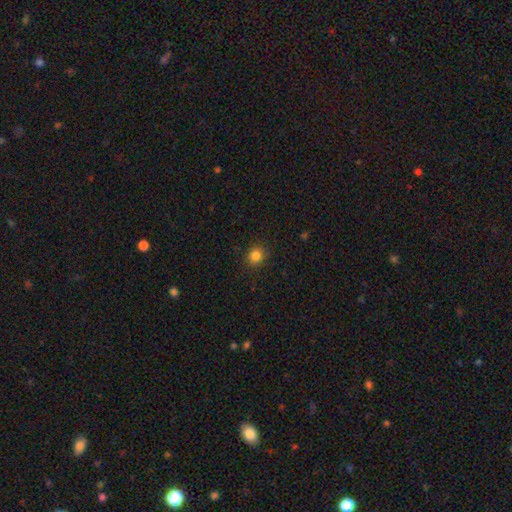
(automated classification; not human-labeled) Overall: smooth (84%). How rounded: round (86%). Merging: none (90%).